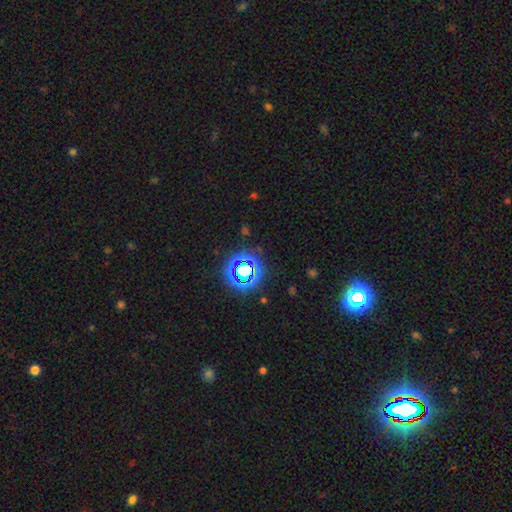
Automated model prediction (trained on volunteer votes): Morphology: type=star or artifact (68%).